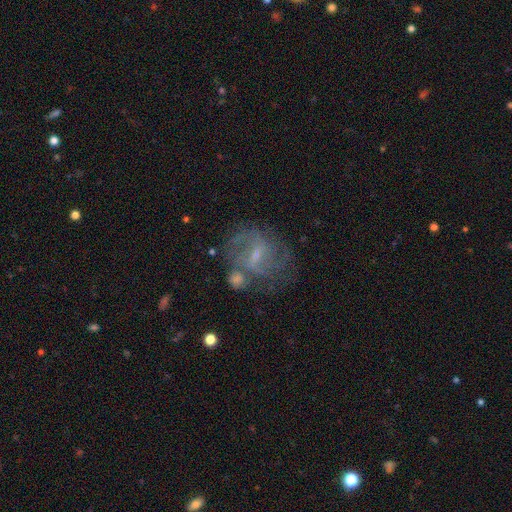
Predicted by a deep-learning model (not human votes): smooth_or_featured: featured or disk (p=0.72) [alt: smooth p=0.16]
disk_edge_on: no (p=0.97) [alt: yes p=0.03]
bar: weak (p=0.57) [alt: no p=0.24]
has_spiral_arms: yes (p=0.82) [alt: no p=0.18]
spiral_winding: medium (p=0.45) [alt: tight p=0.30]
spiral_arm_count: 2 (p=0.43) [alt: can't tell p=0.33]
bulge_size: small (p=0.62) [alt: moderate p=0.26]
merging: none (p=0.56) [alt: minor disturbance p=0.18]